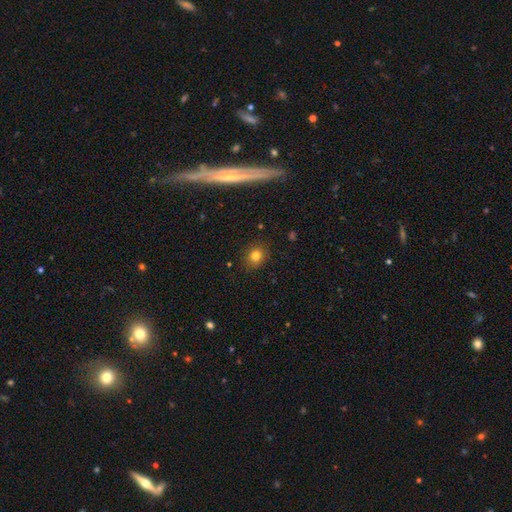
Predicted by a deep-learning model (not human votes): smooth_or_featured: smooth (p=0.79) [alt: star or artifact p=0.14]
how_rounded: round (p=0.74) [alt: in between p=0.24]
merging: none (p=0.87) [alt: minor disturbance p=0.10]